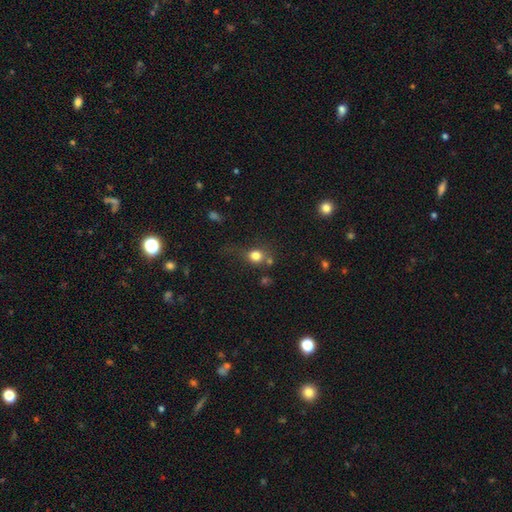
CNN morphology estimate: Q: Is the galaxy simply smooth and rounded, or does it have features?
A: smooth — 79%.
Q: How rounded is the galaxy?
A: round — 78%.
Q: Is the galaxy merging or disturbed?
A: none — 58%.